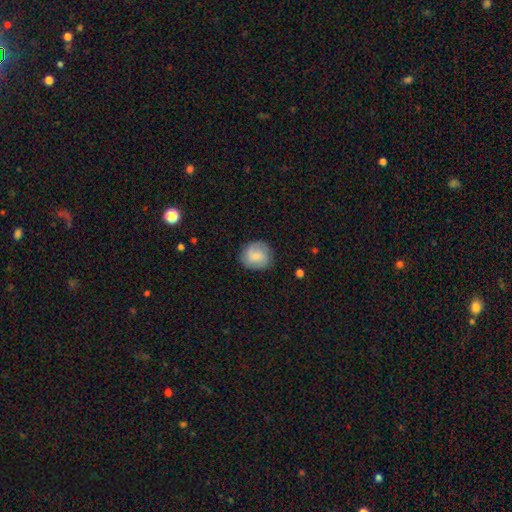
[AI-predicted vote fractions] A smooth galaxy with no disk features (71%) that is round (83%). Merging: none (83%).